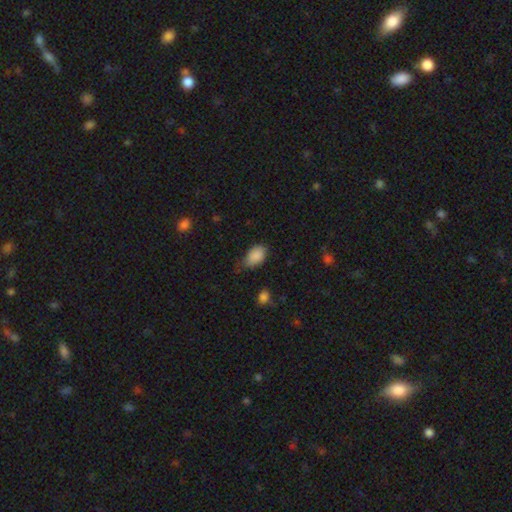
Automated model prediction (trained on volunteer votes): Overall: smooth (87%). How rounded: in between (88%). Merging: none (55%; minor disturbance 35%).